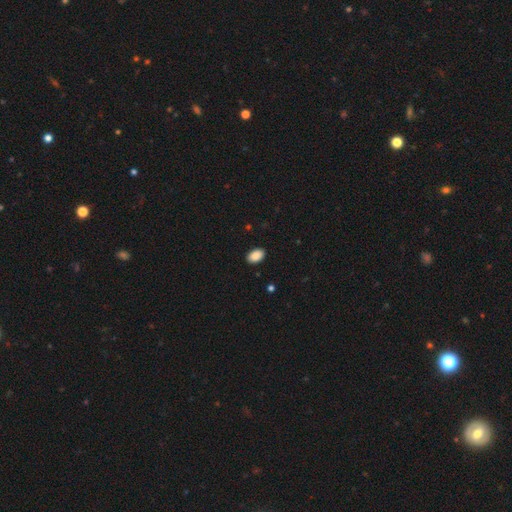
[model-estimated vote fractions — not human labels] Smooth or featured?
  - smooth: 90% *
  - star or artifact: 7%
  - featured or disk: 3%
How rounded?
  - in between: 90% *
  - round: 8%
  - cigar-shaped: 1%
Merging?
  - none: 90% *
  - minor disturbance: 7%
  - major disturbance: 2%
  - merger: 1%